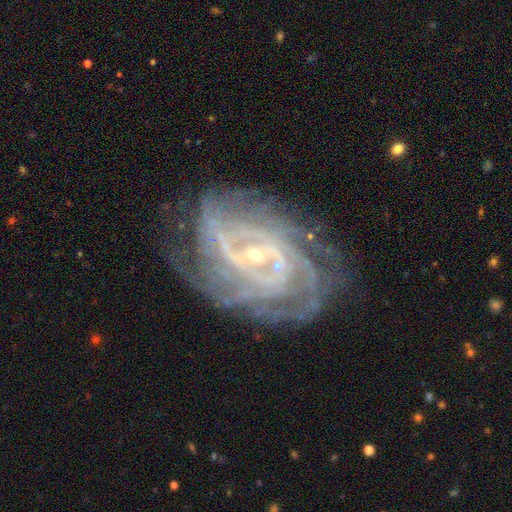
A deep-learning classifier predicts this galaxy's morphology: smooth_or_featured: featured or disk (p=0.90) [alt: star or artifact p=0.06]
disk_edge_on: no (p=0.96) [alt: yes p=0.04]
bar: weak (p=0.39) [alt: strong p=0.35]
has_spiral_arms: yes (p=0.96) [alt: no p=0.04]
spiral_winding: tight (p=0.65) [alt: medium p=0.29]
spiral_arm_count: can't tell (p=0.27) [alt: 2 p=0.21]
bulge_size: small (p=0.81) [alt: moderate p=0.16]
merging: none (p=0.68) [alt: minor disturbance p=0.20]